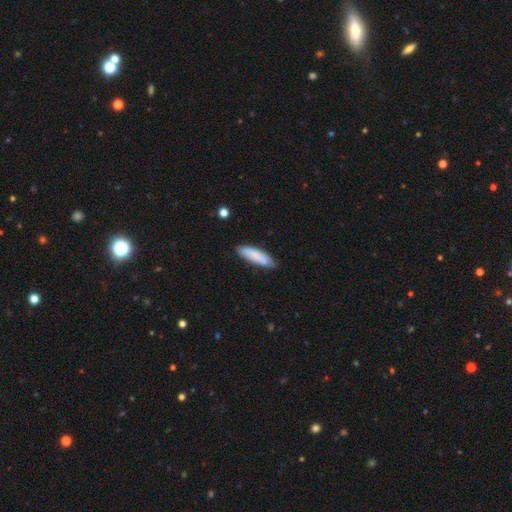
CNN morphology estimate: Smooth or featured? Predicted: smooth (p=0.81). How rounded? Predicted: cigar-shaped (p=0.63). Merging? Predicted: none (p=0.74).